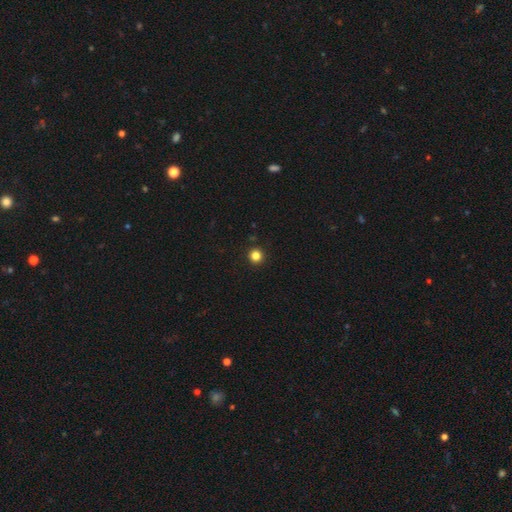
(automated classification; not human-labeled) A smooth galaxy with no disk features (83%) that is round (95%). Merging: none (93%).